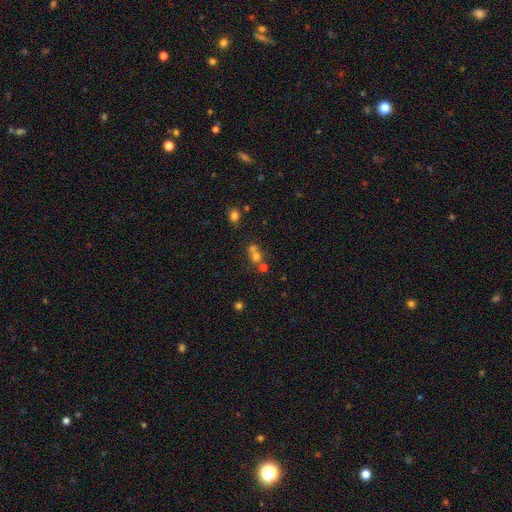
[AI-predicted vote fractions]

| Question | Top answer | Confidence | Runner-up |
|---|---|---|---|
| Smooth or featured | smooth | 64% | star or artifact (19%) |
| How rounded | round | 75% | in between (23%) |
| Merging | merger | 55% | none (35%) |